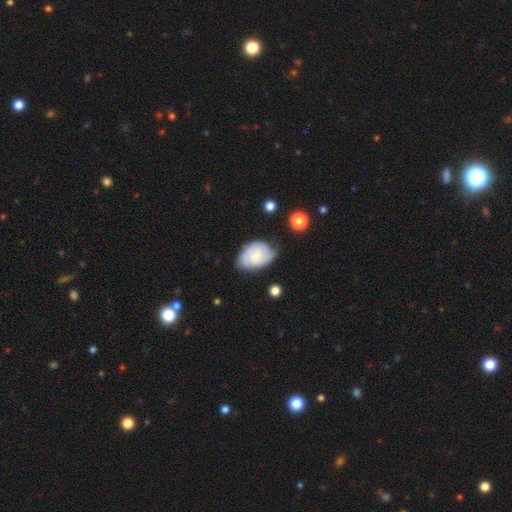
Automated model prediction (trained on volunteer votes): Smooth or featured? featured or disk (55%)
Edge-on disk? no (97%)
Bar? no (64%)
Spiral arms? yes (87%)
Bulge size? small (51%)
Merging? none (61%)